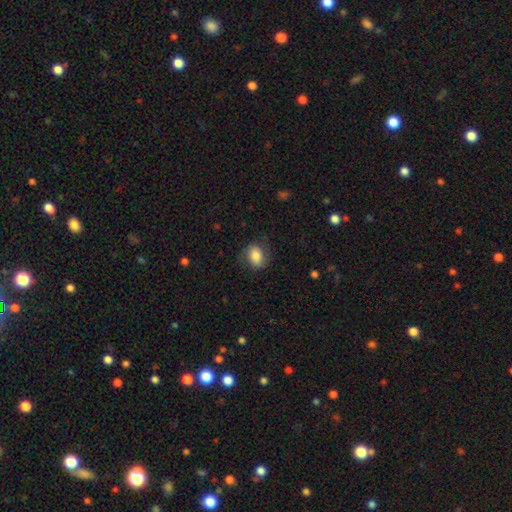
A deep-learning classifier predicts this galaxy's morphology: A smooth galaxy with no disk features (80%) that is in between round and cigar-shaped (65%). Merging: none (74%).